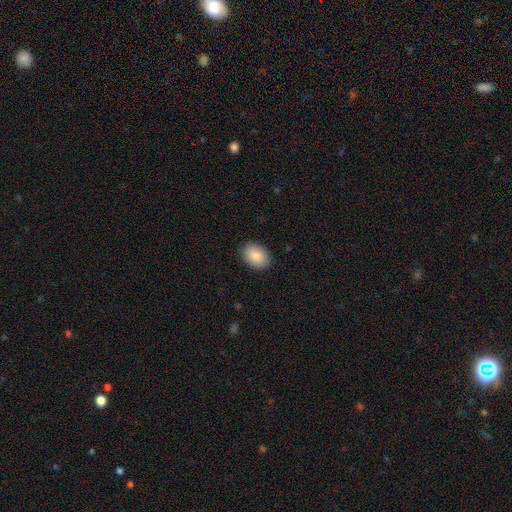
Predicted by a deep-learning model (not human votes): Smooth or featured? Predicted: smooth (p=0.87). How rounded? Predicted: in between (p=0.78). Merging? Predicted: none (p=0.88).